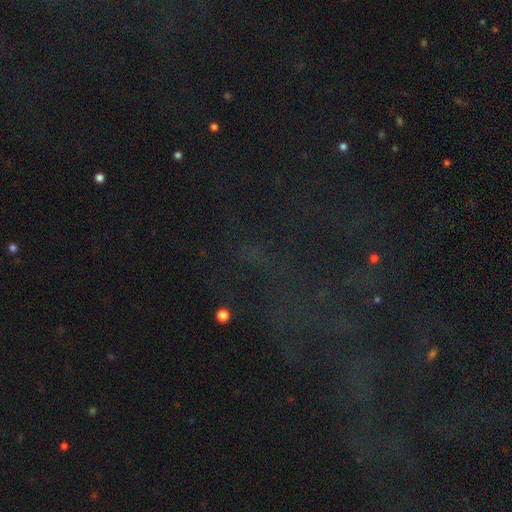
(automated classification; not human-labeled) A star or artifact, not a galaxy (75%).